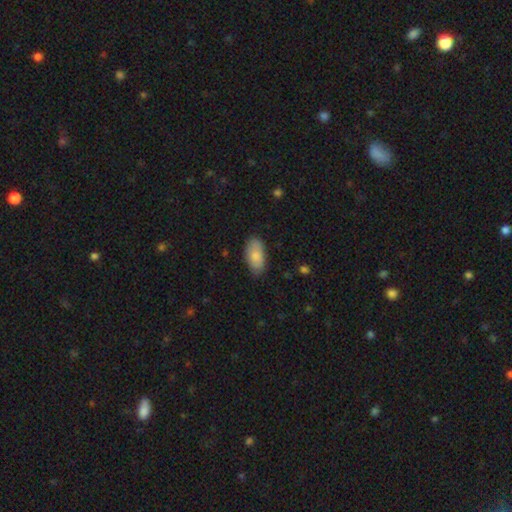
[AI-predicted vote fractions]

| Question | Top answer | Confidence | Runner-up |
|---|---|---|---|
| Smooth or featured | smooth | 82% | featured or disk (12%) |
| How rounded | in between | 93% | cigar-shaped (4%) |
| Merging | none | 78% | minor disturbance (17%) |